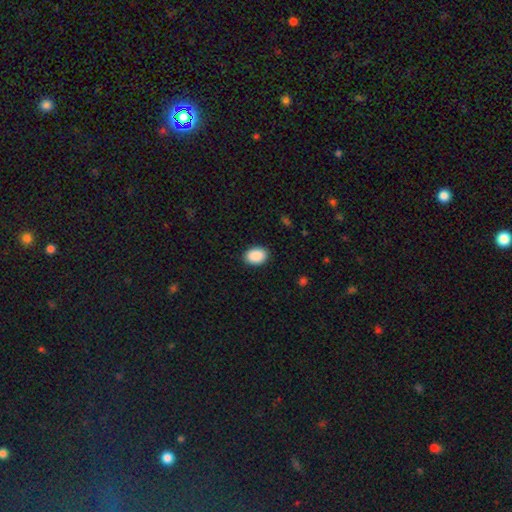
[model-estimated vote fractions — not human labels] This appears to be a smooth galaxy with no disk features (91%) that is in between round and cigar-shaped (77%). Merging: none (89%).